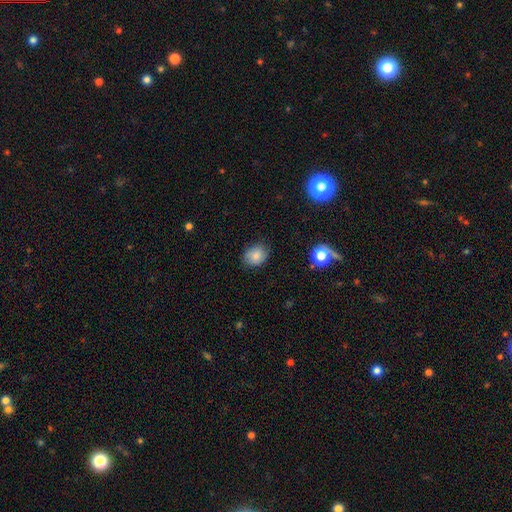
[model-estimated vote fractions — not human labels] A smooth galaxy with no disk features (80%) that is in between round and cigar-shaped (50%).

Vote fractions:
- Smooth or featured? smooth: 80% / featured or disk: 10% / star or artifact: 10%
- How rounded? in between: 50% / round: 49% / cigar-shaped: 1%
- Merging? none: 78% / minor disturbance: 18% / major disturbance: 4% / merger: 1%